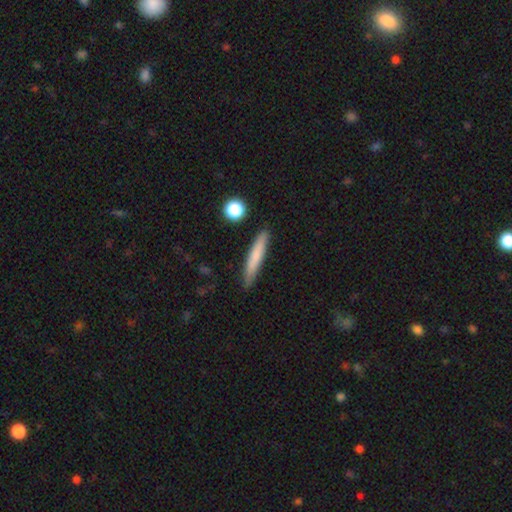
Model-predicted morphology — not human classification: type=smooth (73%); roundness=cigar-shaped (93%); merging=none (86%).